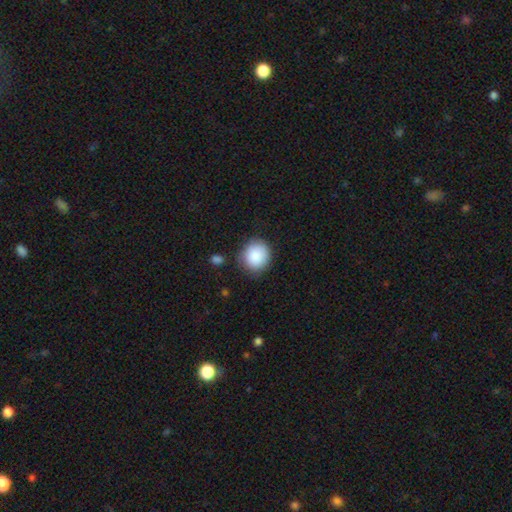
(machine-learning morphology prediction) smooth-or-featured: smooth: 88% | star or artifact: 7% | featured or disk: 5%
  how-rounded: round: 83% | in between: 16% | cigar-shaped: 1%
  merging: none: 78% | minor disturbance: 15% | major disturbance: 4% | merger: 3%